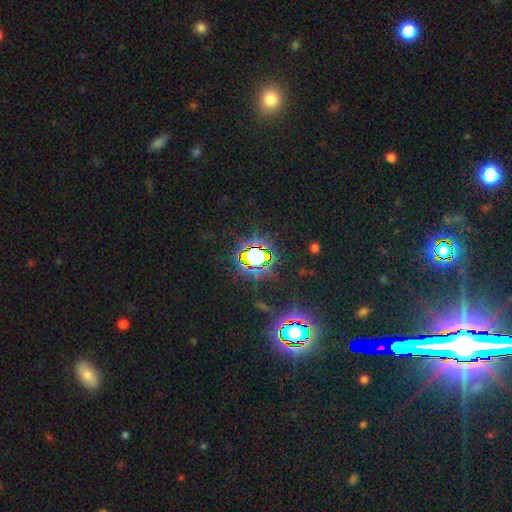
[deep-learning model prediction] Smooth or featured?
  - star or artifact: 75% *
  - smooth: 14%
  - featured or disk: 11%